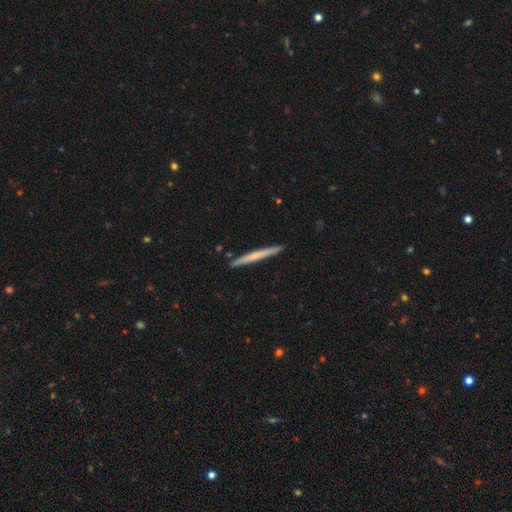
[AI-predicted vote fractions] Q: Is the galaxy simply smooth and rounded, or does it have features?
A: smooth — 52%.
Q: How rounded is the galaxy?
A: cigar-shaped — 97%.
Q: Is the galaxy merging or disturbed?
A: none — 91%.